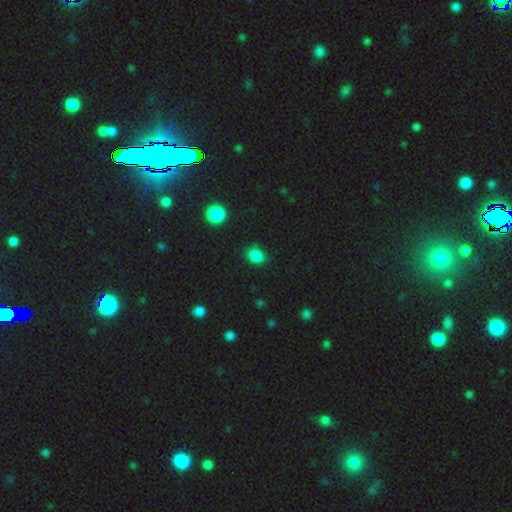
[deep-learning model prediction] The model was most divided on "how rounded": in between: 60%, round: 39%, cigar-shaped: 1%. More confident: smooth or featured — smooth (84%); merging — none (81%).